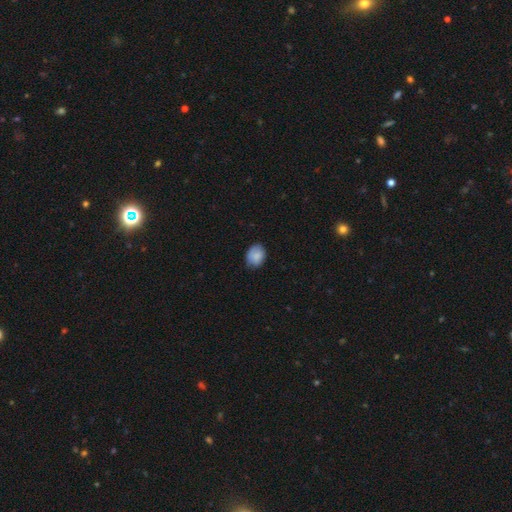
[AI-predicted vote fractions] Smooth or featured? Predicted: smooth (p=0.84). How rounded? Predicted: in between (p=0.59). Merging? Predicted: none (p=0.71).